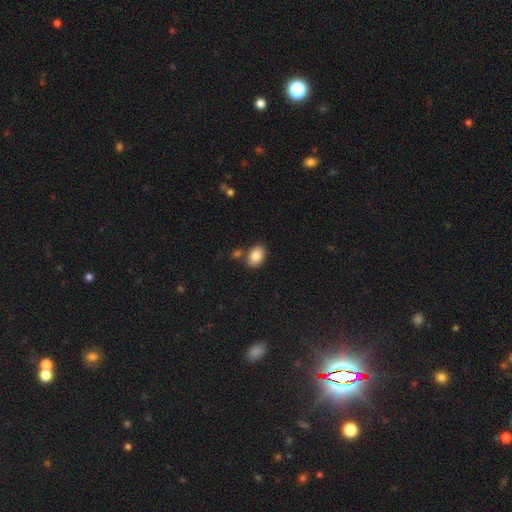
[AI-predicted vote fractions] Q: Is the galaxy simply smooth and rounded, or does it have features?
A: smooth — 86%.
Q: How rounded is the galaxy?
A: in between — 81%.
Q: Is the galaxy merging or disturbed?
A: none — 78%.